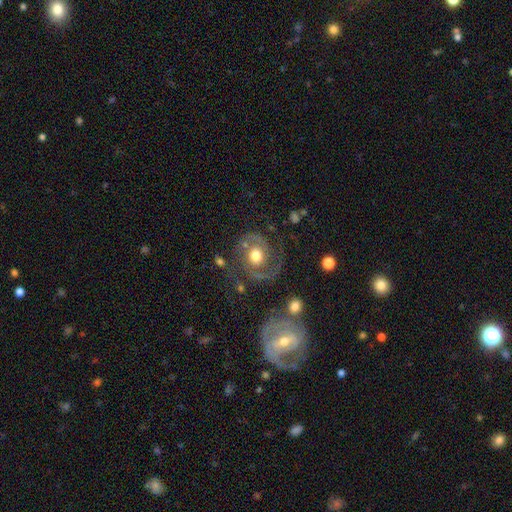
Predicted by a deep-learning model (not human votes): A featured or disk galaxy (82%) with no bar (74%), 2 (90%) medium (52%) spiral arms (92%) and a moderate central bulge (65%).

Vote fractions:
- Smooth or featured? featured or disk: 82% / smooth: 11% / star or artifact: 7%
- Edge-on disk? no: 98% / yes: 2%
- Bar? no: 74% / weak: 20% / strong: 5%
- Spiral arms? yes: 92% / no: 8%
- Spiral winding? medium: 52% / tight: 32% / loose: 16%
- Spiral arm count? 2: 90% / can't tell: 3% / 1: 3% / 3: 2% / 4: 1% / more than 4: 1%
- Bulge size? moderate: 65% / large: 25% / small: 7% / dominant: 2% / none: 1%
- Merging? none: 71% / minor disturbance: 15% / major disturbance: 11% / merger: 4%